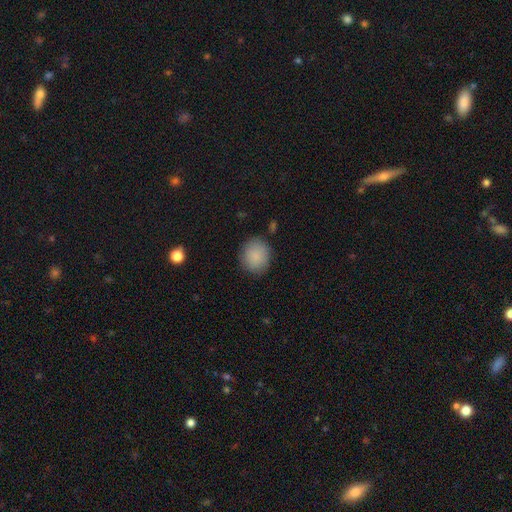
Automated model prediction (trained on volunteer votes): Morphology: type=smooth (88%); roundness=round (72%); merging=none (85%).